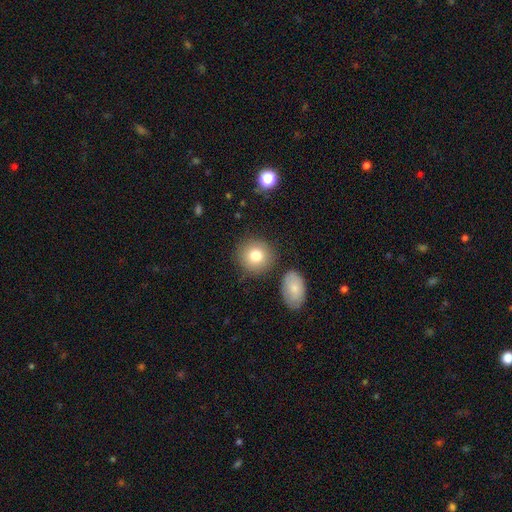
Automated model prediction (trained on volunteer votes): The model was most divided on "smooth or featured": smooth: 80%, featured or disk: 11%, star or artifact: 9%. More confident: how rounded — round (88%); merging — none (80%).